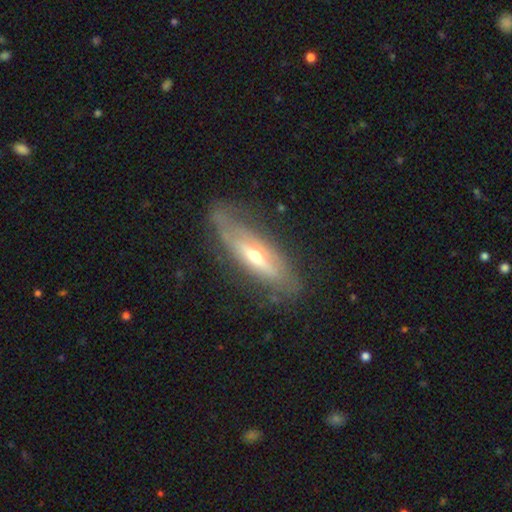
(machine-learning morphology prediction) smooth_or_featured: featured or disk (p=0.72) [alt: smooth p=0.22]
disk_edge_on: yes (p=0.54) [alt: no p=0.46]
merging: none (p=0.67) [alt: minor disturbance p=0.23]